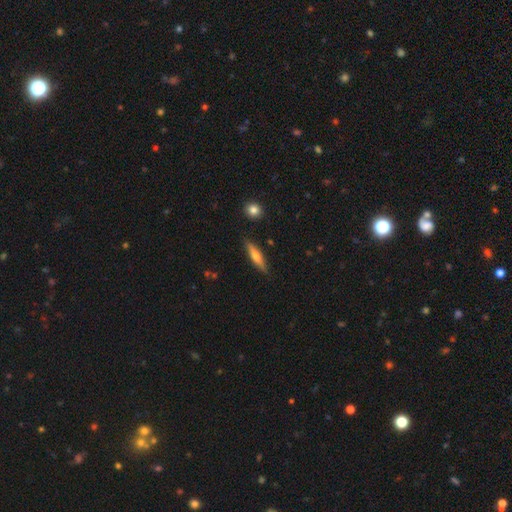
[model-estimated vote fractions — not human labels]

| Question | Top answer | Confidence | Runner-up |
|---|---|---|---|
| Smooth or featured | smooth | 50% | featured or disk (44%) |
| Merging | none | 86% | minor disturbance (10%) |